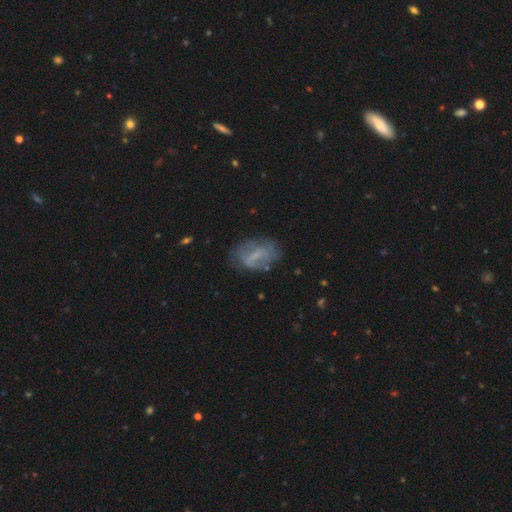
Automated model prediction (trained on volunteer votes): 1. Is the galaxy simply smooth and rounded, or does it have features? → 53% featured or disk, 38% smooth, 10% star or artifact.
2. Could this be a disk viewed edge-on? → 95% no, 5% yes.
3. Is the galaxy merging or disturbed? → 61% none, 23% minor disturbance, 13% major disturbance, 3% merger.